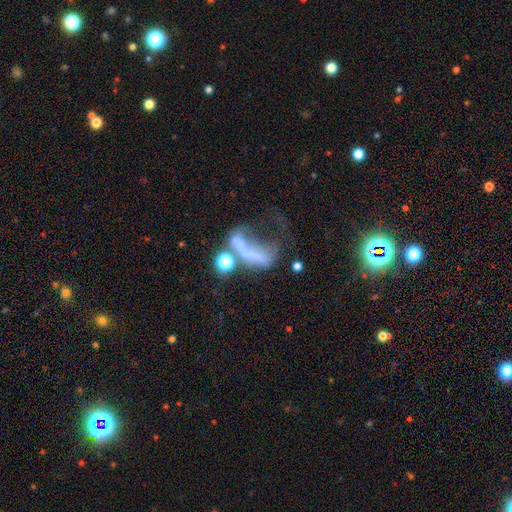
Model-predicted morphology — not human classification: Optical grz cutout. It shows a smooth galaxy with no disk features (44%). Merging: major disturbance (42%).